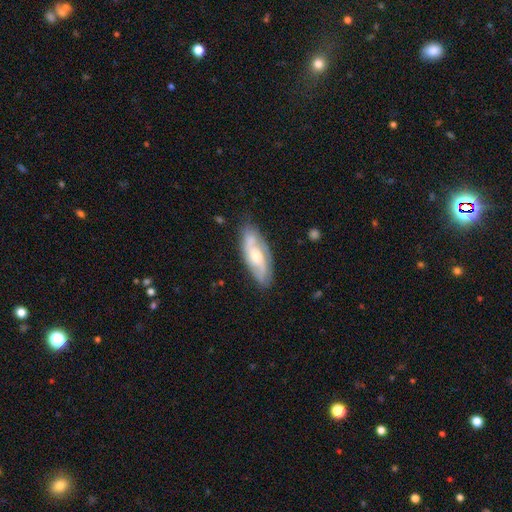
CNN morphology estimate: smooth_or_featured: featured or disk (p=0.67) [alt: smooth p=0.27]
disk_edge_on: no (p=0.86) [alt: yes p=0.14]
bar: no (p=0.59) [alt: weak p=0.33]
has_spiral_arms: yes (p=0.87) [alt: no p=0.13]
spiral_winding: medium (p=0.44) [alt: tight p=0.33]
spiral_arm_count: 2 (p=0.68) [alt: can't tell p=0.21]
bulge_size: moderate (p=0.56) [alt: small p=0.36]
merging: none (p=0.78) [alt: minor disturbance p=0.17]